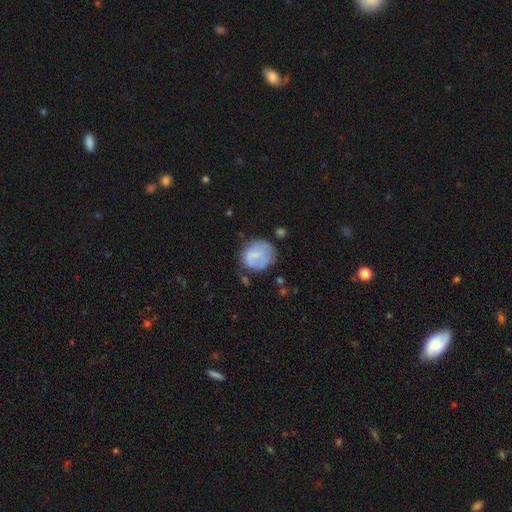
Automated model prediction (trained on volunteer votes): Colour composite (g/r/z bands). It shows a smooth galaxy with no disk features (64%) that is round (81%). Merging: none (58%).